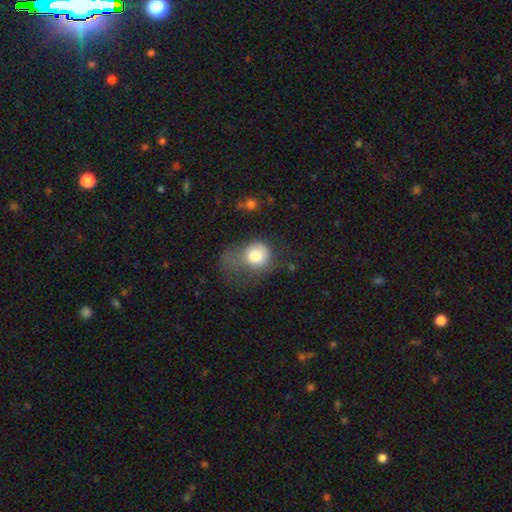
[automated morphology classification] type=smooth (76%); roundness=round (67%); merging=major disturbance (51%).